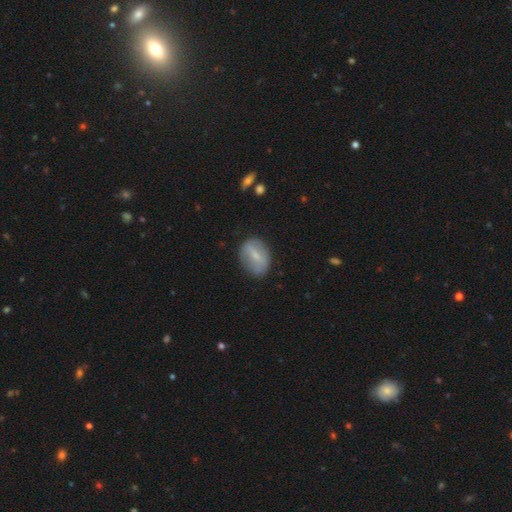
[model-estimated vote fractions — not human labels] A smooth galaxy with no disk features (55%) that is in between round and cigar-shaped (72%). Merging: none (75%).